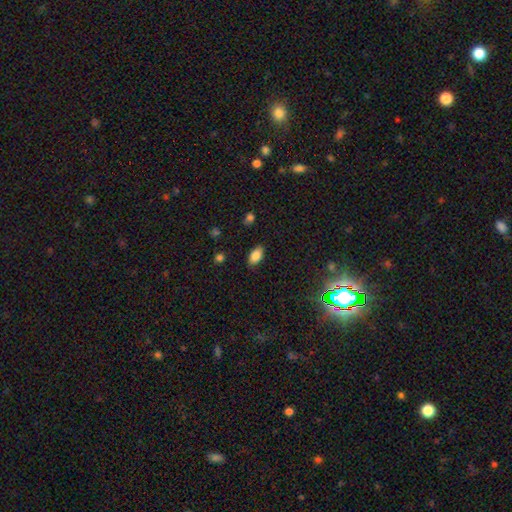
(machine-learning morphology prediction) Overall: smooth (84%). How rounded: in between (92%). Merging: none (85%).